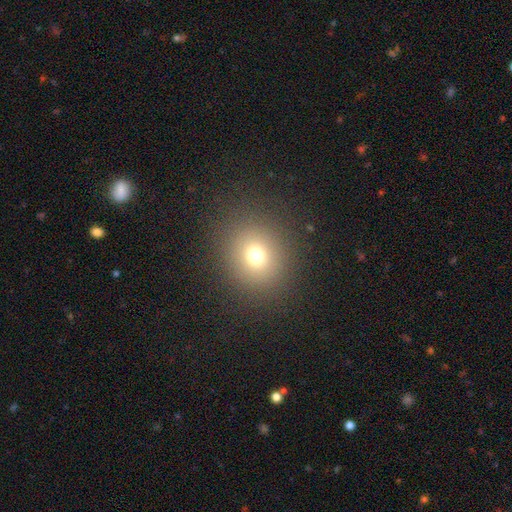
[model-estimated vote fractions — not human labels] Smooth or featured? Predicted: smooth (p=0.72). How rounded? Predicted: round (p=0.81). Merging? Predicted: none (p=0.87).